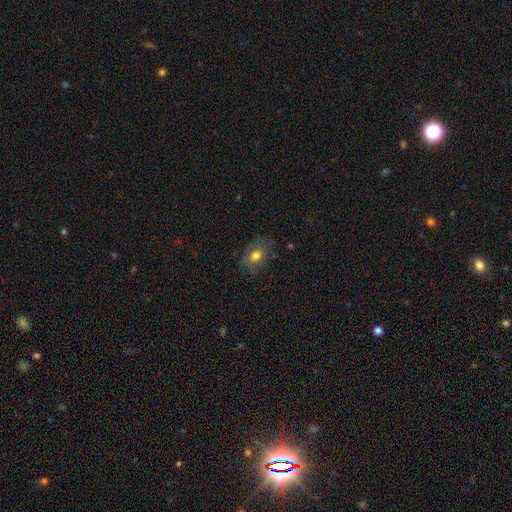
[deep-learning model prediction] smooth_or_featured: smooth (p=0.72) [alt: featured or disk p=0.18]
how_rounded: in between (p=0.69) [alt: round p=0.30]
merging: none (p=0.68) [alt: minor disturbance p=0.22]